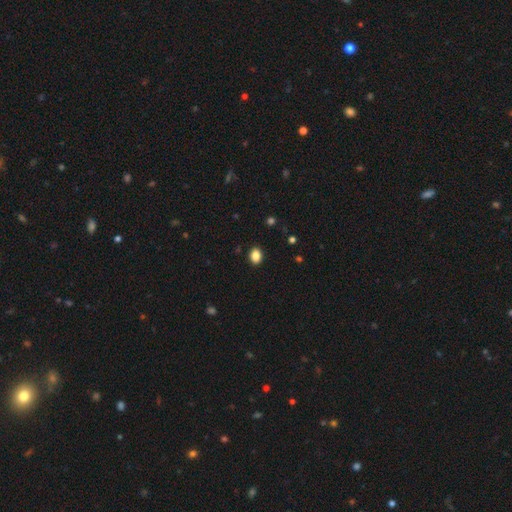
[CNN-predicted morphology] This appears to be a smooth galaxy with no disk features (87%) that is in between round and cigar-shaped (66%). Merging: none (90%).